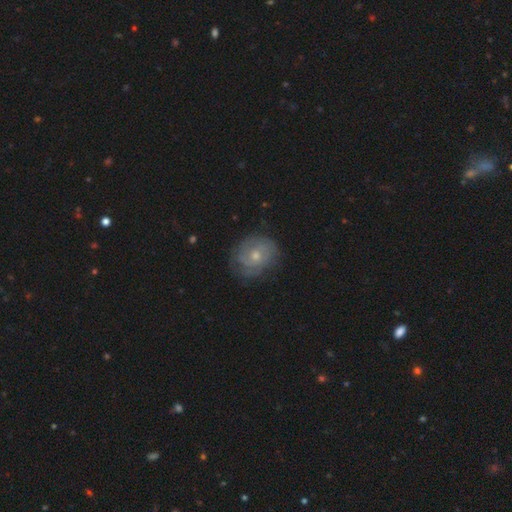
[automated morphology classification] smooth-or-featured: featured or disk: 72% | smooth: 21% | star or artifact: 7%
  disk-edge-on: no: 97% | yes: 3%
    bar: no: 76% | weak: 21% | strong: 3%
    has-spiral-arms: yes: 89% | no: 11%
      spiral-winding: tight: 64% | medium: 27% | loose: 8%
      spiral-arm-count: can't tell: 39% | 2: 27% | 3: 17% | 4: 7% | 1: 5% | more than 4: 5%
    bulge-size: moderate: 49% | small: 47% | large: 2% | none: 1% | dominant: 1%
  merging: none: 75% | minor disturbance: 18% | major disturbance: 6% | merger: 1%